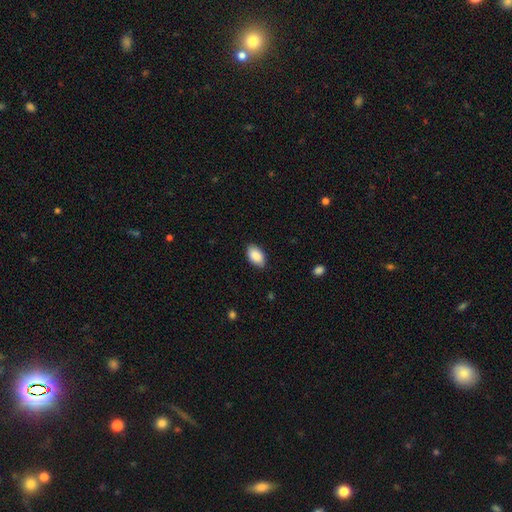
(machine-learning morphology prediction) Overall: smooth (89%). How rounded: in between (94%). Merging: none (86%).